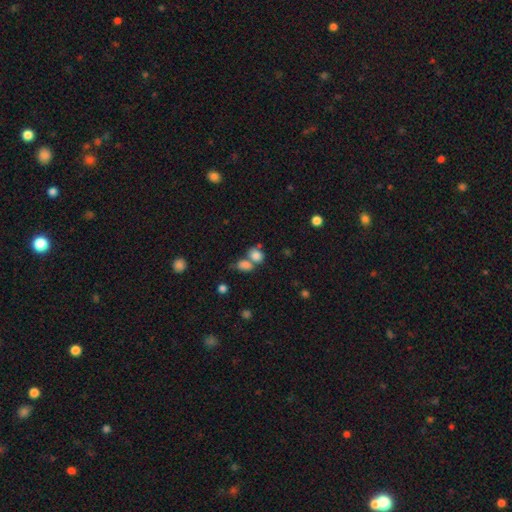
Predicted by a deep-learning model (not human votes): Smooth or featured: smooth — 81% (star or artifact — 11%)
How rounded: in between — 52% (round — 46%)
Merging: merger — 47% (none — 37%)